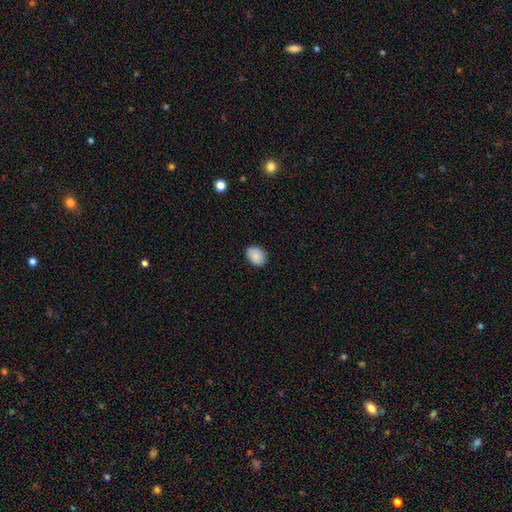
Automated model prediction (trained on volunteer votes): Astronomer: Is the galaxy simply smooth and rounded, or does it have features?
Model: smooth — 87%.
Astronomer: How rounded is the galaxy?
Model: in between — 59% (runner-up: round, 40%).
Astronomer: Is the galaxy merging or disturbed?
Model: none — 87%.